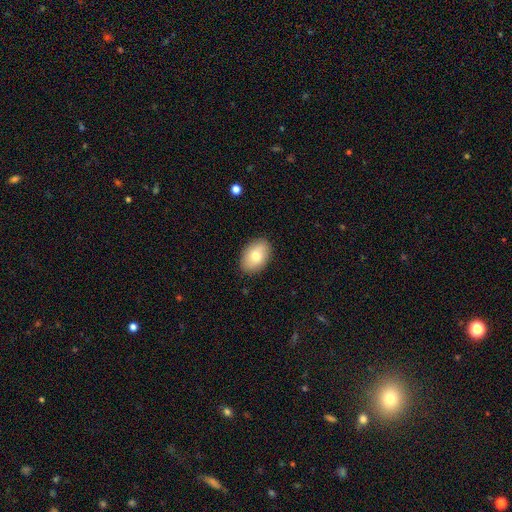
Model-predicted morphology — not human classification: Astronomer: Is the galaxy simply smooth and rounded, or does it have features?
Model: smooth — 76%.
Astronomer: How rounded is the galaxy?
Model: in between — 86%.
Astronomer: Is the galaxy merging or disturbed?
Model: none — 88%.